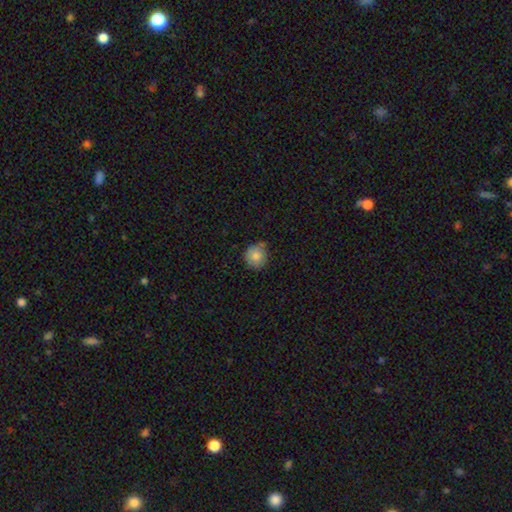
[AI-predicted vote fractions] Q: Smooth or featured?
A: smooth (82%); runner-up: star or artifact (9%)
Q: How rounded?
A: round (91%); runner-up: in between (8%)
Q: Merging?
A: none (75%); runner-up: minor disturbance (18%)